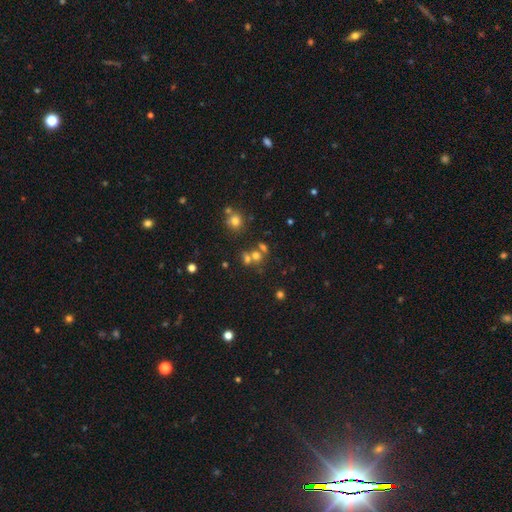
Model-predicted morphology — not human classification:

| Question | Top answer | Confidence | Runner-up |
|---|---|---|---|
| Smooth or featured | smooth | 57% | star or artifact (26%) |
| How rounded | round | 66% | in between (32%) |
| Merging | merger | 44% | none (42%) |